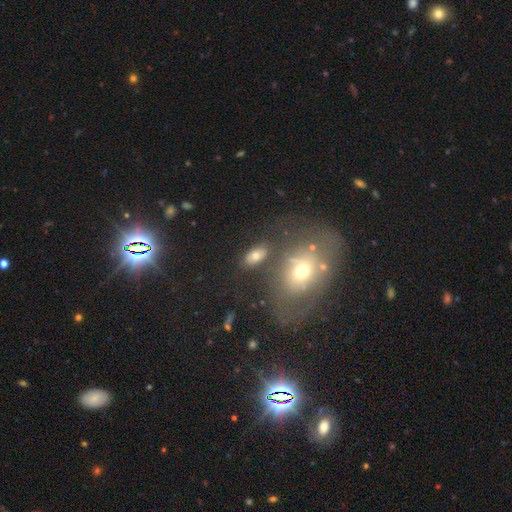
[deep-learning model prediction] A smooth galaxy with no disk features (65%) that is in between round and cigar-shaped (86%). Merging: none (63%).